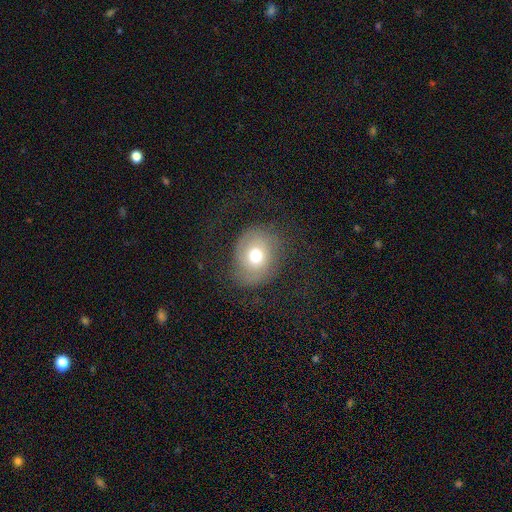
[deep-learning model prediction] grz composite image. It shows a smooth galaxy with no disk features (57%) that is round (64%). Merging: none (64%).